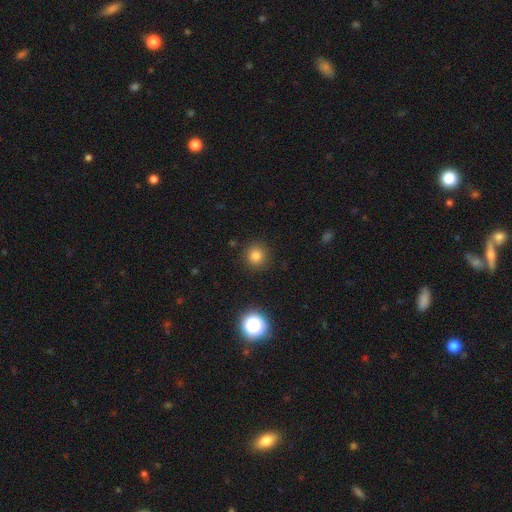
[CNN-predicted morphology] Smooth or featured? Predicted: smooth (p=0.79). How rounded? Predicted: round (p=0.93). Merging? Predicted: none (p=0.90).